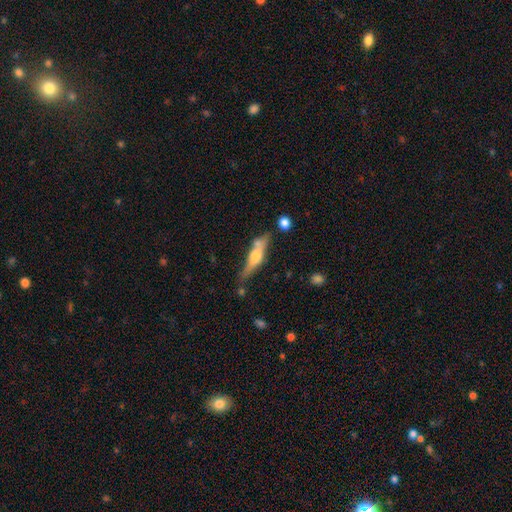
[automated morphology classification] This appears to be a featured or disk galaxy (57%) viewed edge-on (91%) with a rounded central bulge (88%). Merging: none (59%).